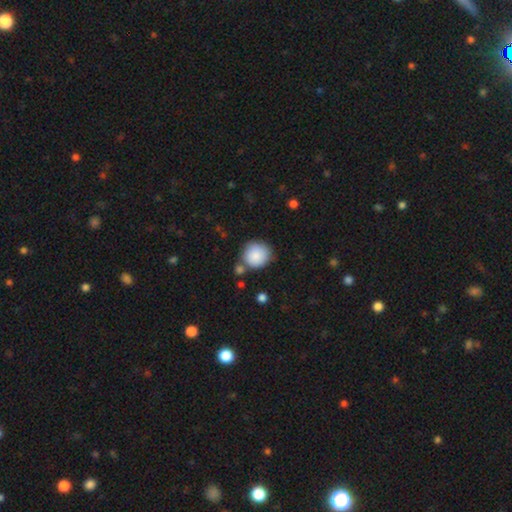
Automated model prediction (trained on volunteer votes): The model was most divided on "merging": none: 69%, minor disturbance: 14%, merger: 12%, major disturbance: 4%. More confident: how rounded — round (91%); smooth or featured — smooth (87%).